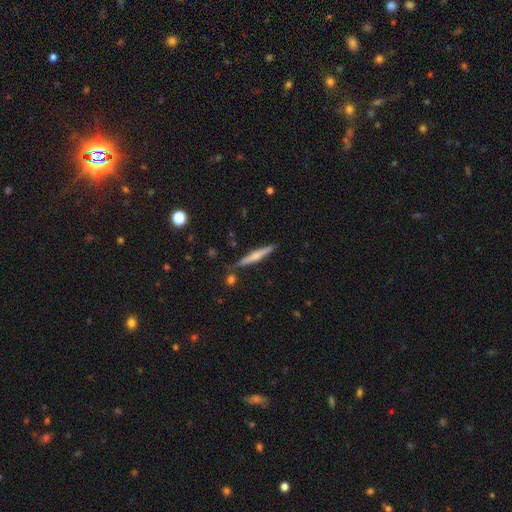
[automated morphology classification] A featured or disk galaxy (50%). Merging: none (84%).